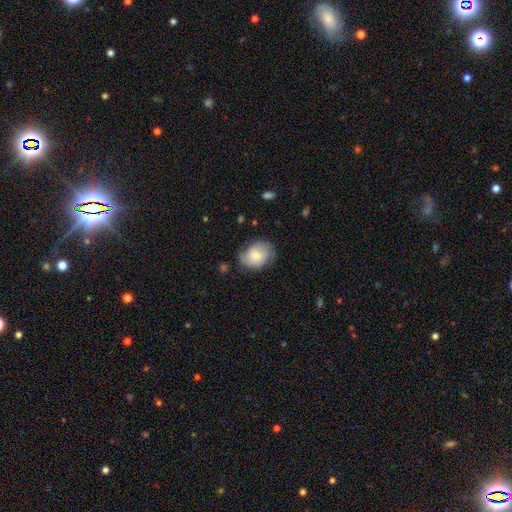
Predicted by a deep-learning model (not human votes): Smooth or featured? Predicted: smooth (p=0.68). How rounded? Predicted: in between (p=0.58). Merging? Predicted: none (p=0.65).